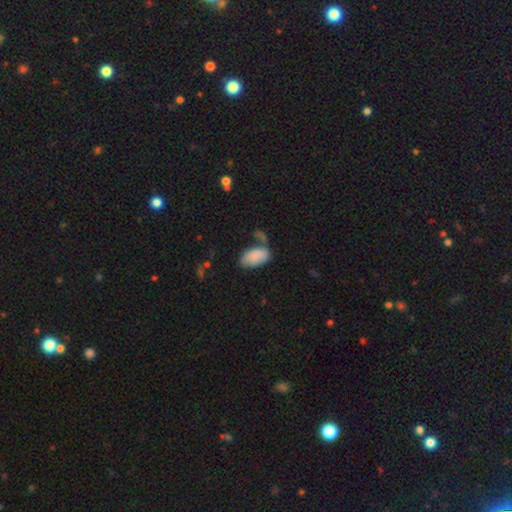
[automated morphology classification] smooth-or-featured: smooth: 84% | featured or disk: 9% | star or artifact: 7%
  how-rounded: in between: 95% | round: 3% | cigar-shaped: 2%
  merging: none: 47% | minor disturbance: 25% | merger: 17% | major disturbance: 11%